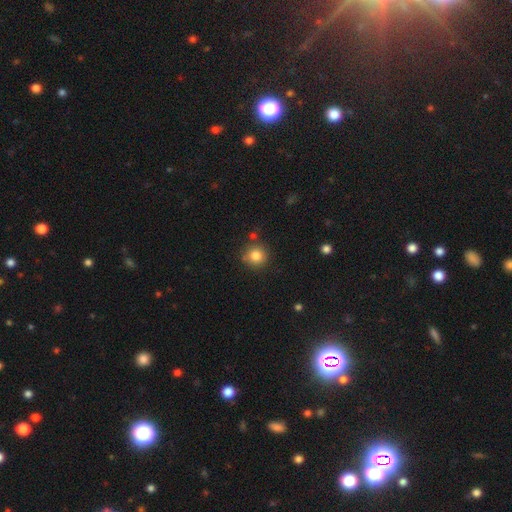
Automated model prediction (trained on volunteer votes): smooth-or-featured: smooth: 83% | star or artifact: 10% | featured or disk: 7%
  how-rounded: round: 93% | in between: 6% | cigar-shaped: 1%
  merging: none: 82% | minor disturbance: 10% | merger: 5% | major disturbance: 3%